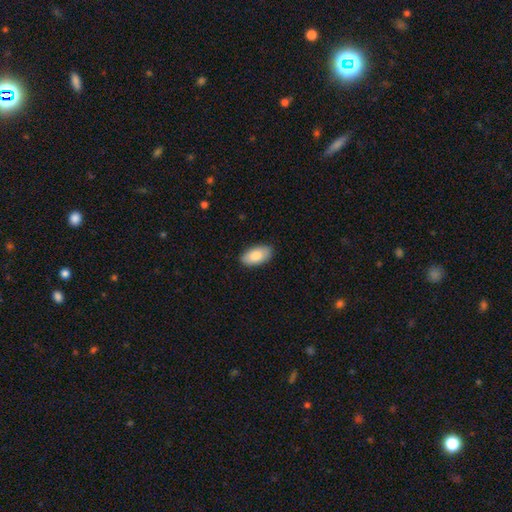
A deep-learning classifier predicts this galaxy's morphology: smooth 84%, featured or disk 10%, star or artifact 6%. Down the decision tree: how rounded — in between (95%); merging — none (87%).